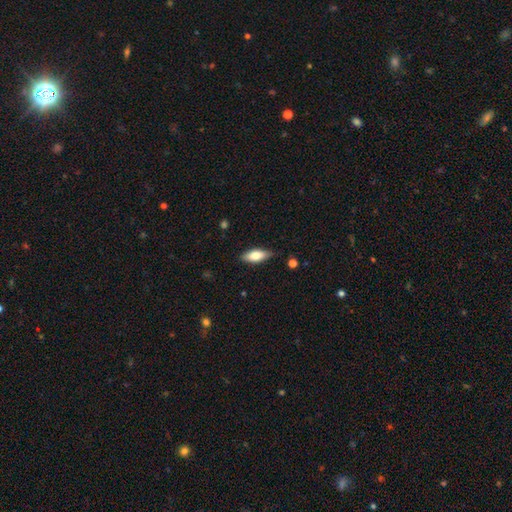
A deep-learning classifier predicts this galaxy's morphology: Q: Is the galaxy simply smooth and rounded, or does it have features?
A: smooth — 72%.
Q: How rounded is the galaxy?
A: in between — 73%.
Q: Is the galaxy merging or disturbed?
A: none — 82%.